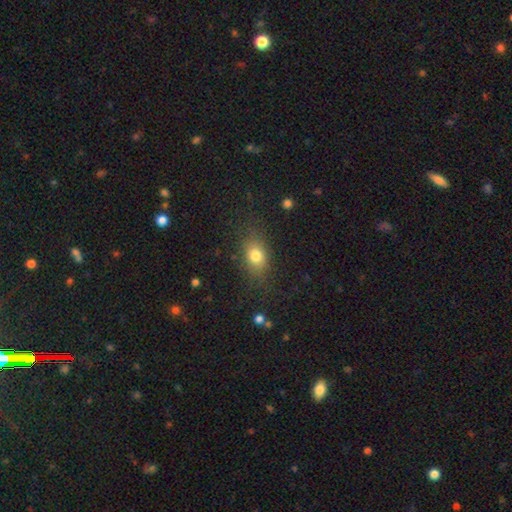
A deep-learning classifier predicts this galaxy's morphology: Q: Smooth or featured?
A: smooth (78%); runner-up: star or artifact (11%)
Q: How rounded?
A: in between (67%); runner-up: round (29%)
Q: Merging?
A: none (77%); runner-up: minor disturbance (14%)